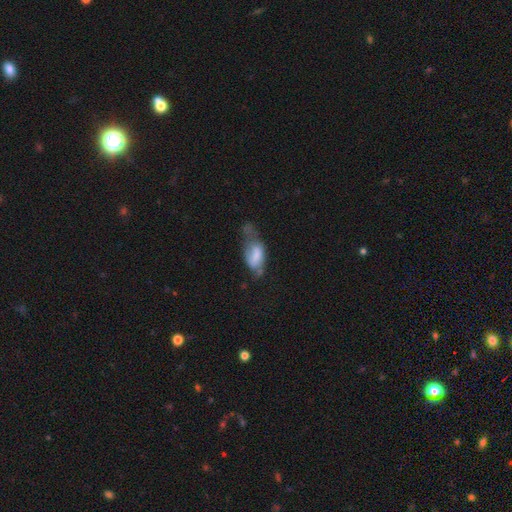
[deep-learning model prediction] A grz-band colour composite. It shows a smooth galaxy with no disk features (59%) that is in between round and cigar-shaped (88%). Merging: major disturbance (39%).